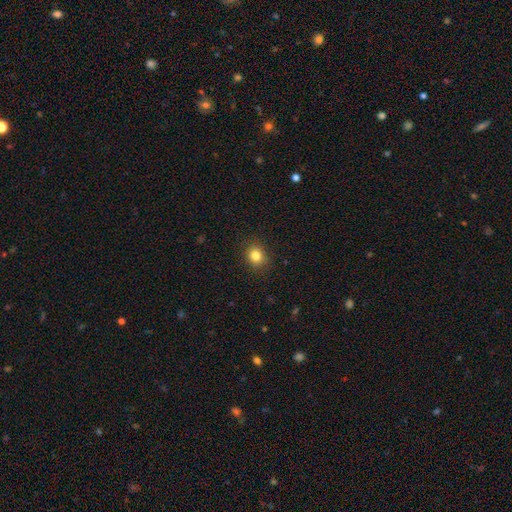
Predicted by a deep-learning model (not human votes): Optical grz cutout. It shows a smooth galaxy with no disk features (83%) that is round (73%). Merging: none (89%).